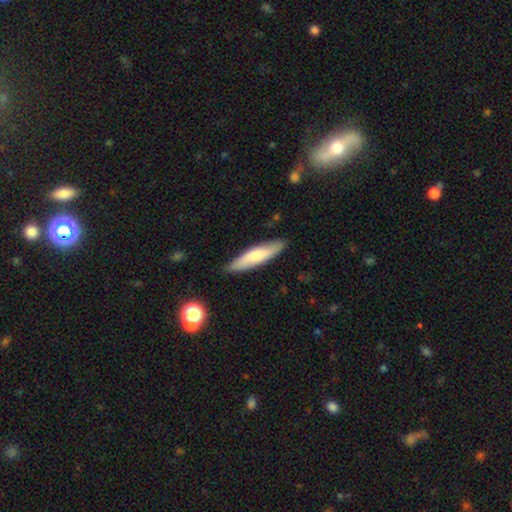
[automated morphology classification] type=smooth (67%); roundness=cigar-shaped (74%); merging=none (85%).